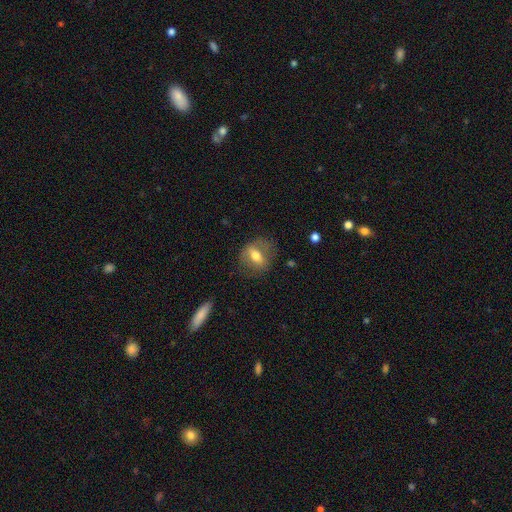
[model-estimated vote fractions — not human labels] This appears to be a smooth galaxy with no disk features (55%) that is in between round and cigar-shaped (59%). Merging: none (70%).